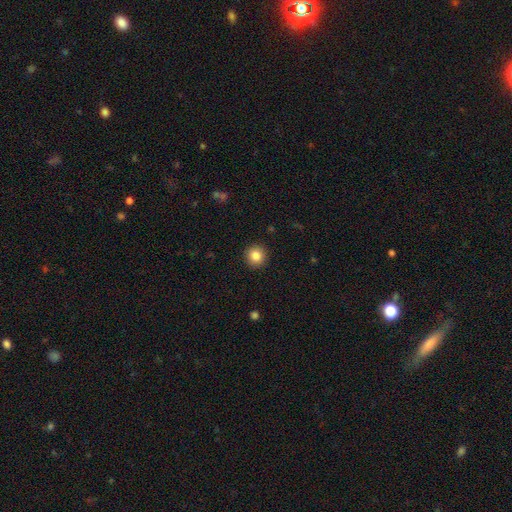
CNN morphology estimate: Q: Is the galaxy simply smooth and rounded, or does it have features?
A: smooth — 84%.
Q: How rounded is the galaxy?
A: round — 94%.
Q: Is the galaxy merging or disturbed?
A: none — 92%.